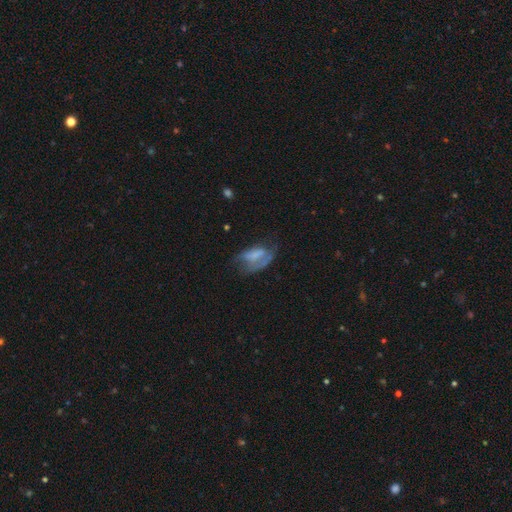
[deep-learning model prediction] Morphology: type=featured or disk (46%); merging=major disturbance (38%).